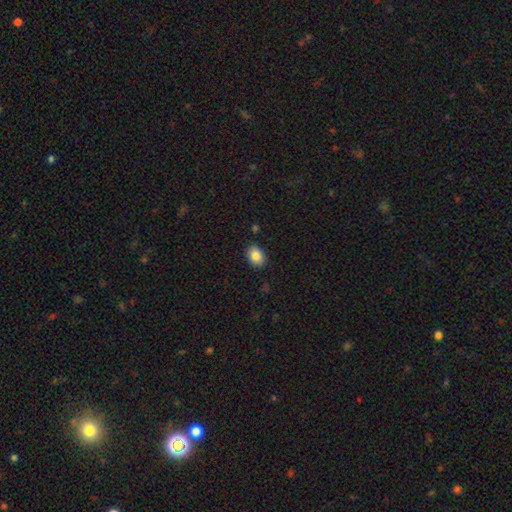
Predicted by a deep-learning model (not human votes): A smooth galaxy with no disk features (87%) that is in between round and cigar-shaped (76%).

Vote fractions:
- Smooth or featured? smooth: 87% / star or artifact: 8% / featured or disk: 5%
- How rounded? in between: 76% / round: 23% / cigar-shaped: 1%
- Merging? none: 87% / minor disturbance: 10% / major disturbance: 2% / merger: 2%